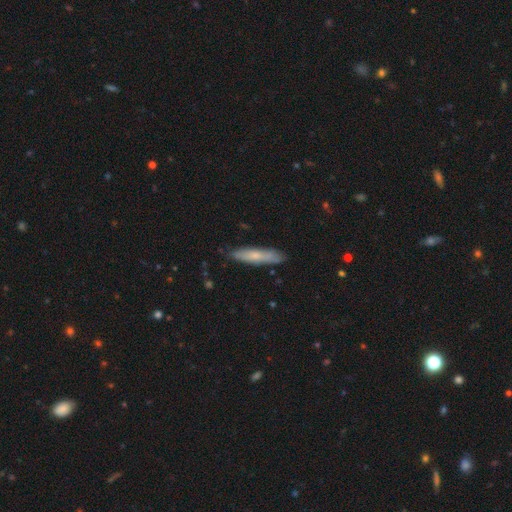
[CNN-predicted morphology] Smooth or featured? Predicted: smooth (p=0.63). How rounded? Predicted: cigar-shaped (p=0.86). Merging? Predicted: none (p=0.84).